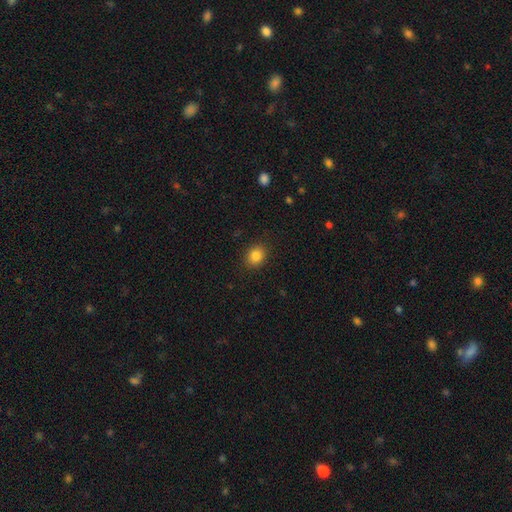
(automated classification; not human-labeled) Morphology: type=smooth (85%); roundness=round (61%); merging=none (89%).